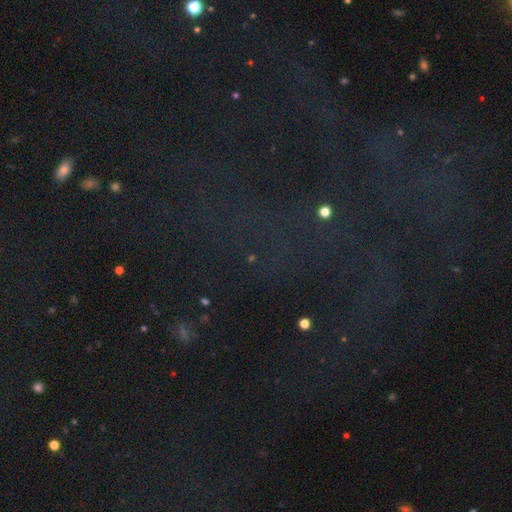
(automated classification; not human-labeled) A star or artifact, not a galaxy (78%).